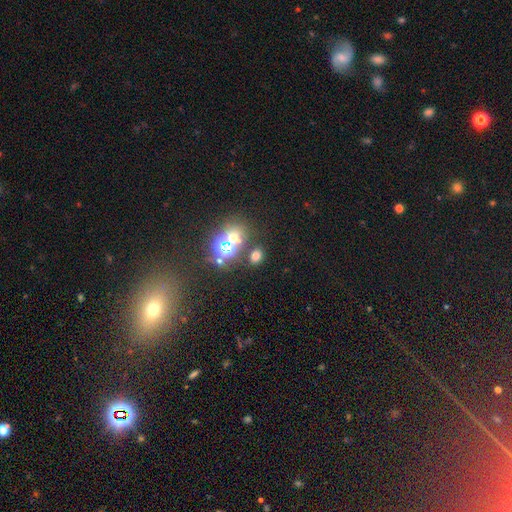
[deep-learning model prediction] This appears to be a smooth galaxy with no disk features (62%) that is in between round and cigar-shaped (57%). Merging: none (72%).